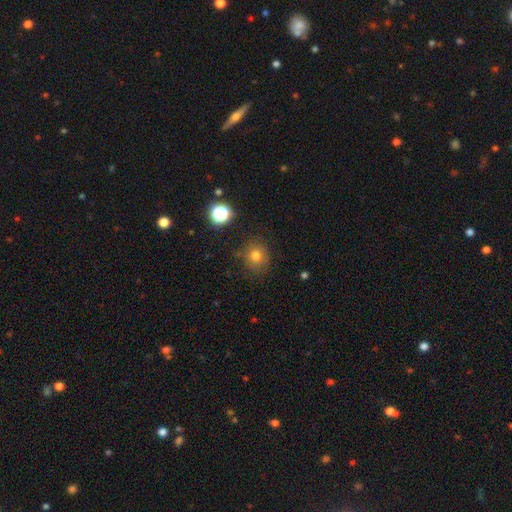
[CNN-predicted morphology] This is likely a smooth galaxy (75%). How rounded: clearly round (86%). Merging: clearly none (81%).